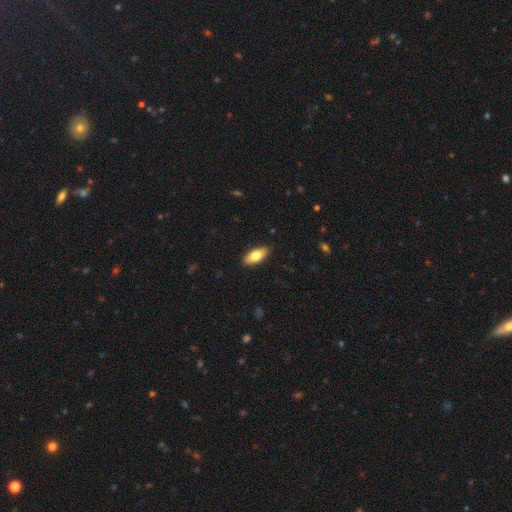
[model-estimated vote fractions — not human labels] A smooth galaxy with no disk features (77%) that is in between round and cigar-shaped (83%). Merging: none (89%).